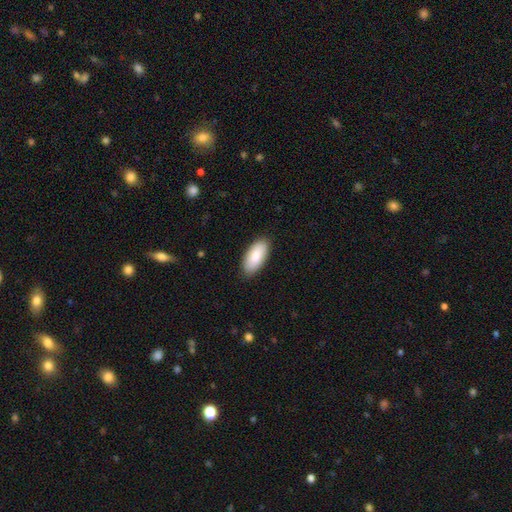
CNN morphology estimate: Smooth or featured?
  - smooth: 87% *
  - featured or disk: 8%
  - star or artifact: 5%
How rounded?
  - in between: 92% *
  - cigar-shaped: 6%
  - round: 2%
Merging?
  - none: 87% *
  - minor disturbance: 10%
  - major disturbance: 2%
  - merger: 1%